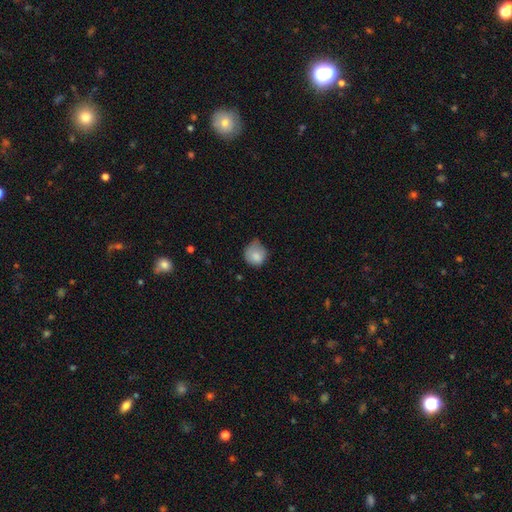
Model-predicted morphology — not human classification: This is clearly a smooth galaxy (82%). How rounded: clearly round (82%). Merging: marginally none (42%, tied with minor disturbance).